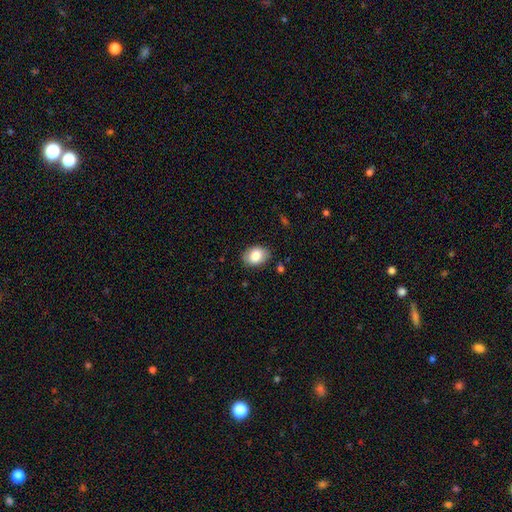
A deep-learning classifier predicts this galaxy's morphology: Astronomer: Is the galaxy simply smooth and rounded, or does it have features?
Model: smooth — 83%.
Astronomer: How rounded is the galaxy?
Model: in between — 73%.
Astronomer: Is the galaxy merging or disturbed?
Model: none — 84%.